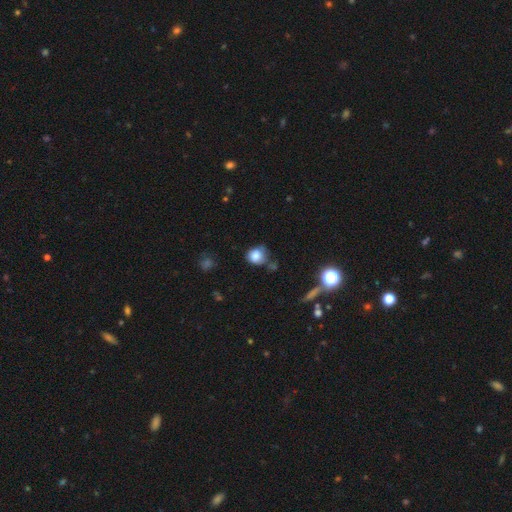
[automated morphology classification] Smooth or featured: smooth — 80% (star or artifact — 12%)
How rounded: round — 79% (in between — 19%)
Merging: none — 53% (minor disturbance — 27%)